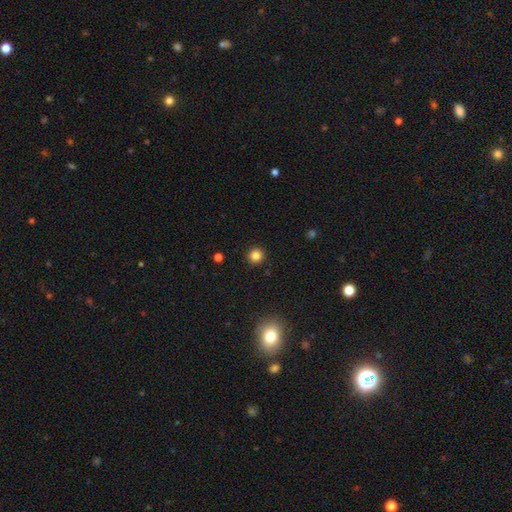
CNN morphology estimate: Overall: smooth (83%). How rounded: round (93%). Merging: none (92%).